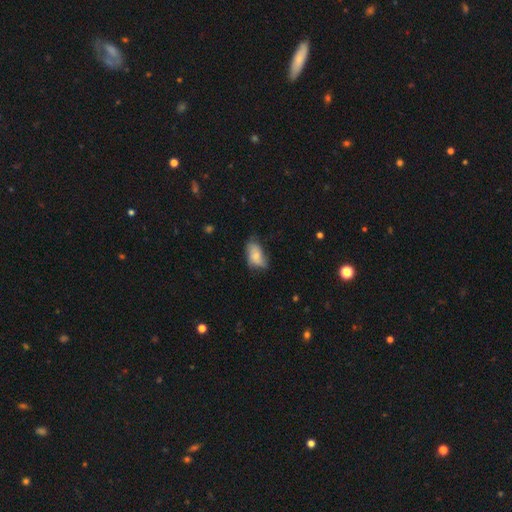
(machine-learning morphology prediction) Smooth or featured? smooth (66%)
How rounded? in between (91%)
Merging? none (48%)